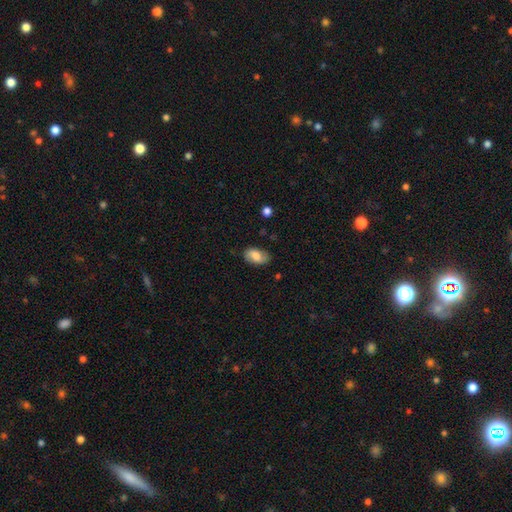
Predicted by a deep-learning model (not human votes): Overall: smooth (67%). How rounded: in between (91%). Merging: none (78%).